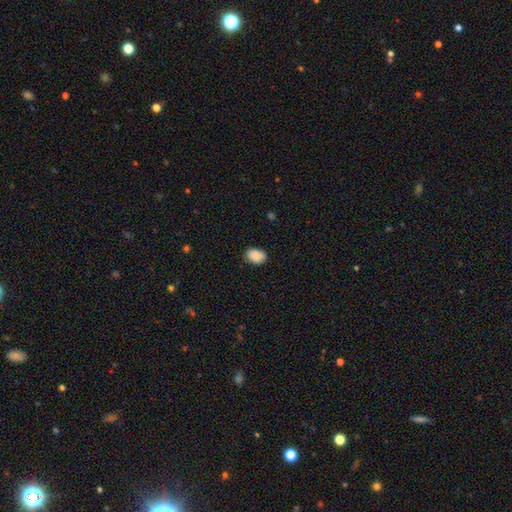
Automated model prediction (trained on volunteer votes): This appears to be a smooth galaxy with no disk features (89%) that is in between round and cigar-shaped (82%). Merging: none (83%).